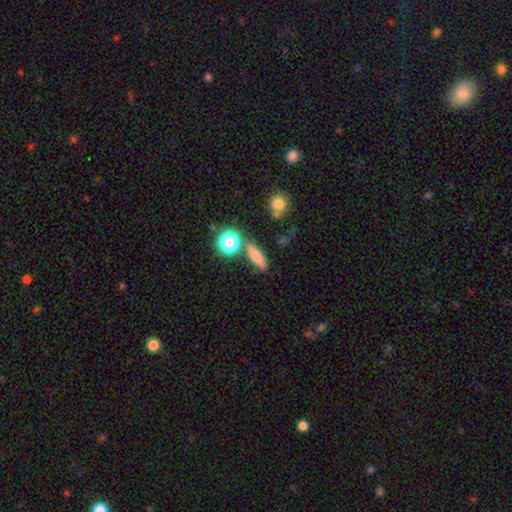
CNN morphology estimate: Smooth or featured? smooth (71%)
How rounded? cigar-shaped (52%)
Merging? none (77%)